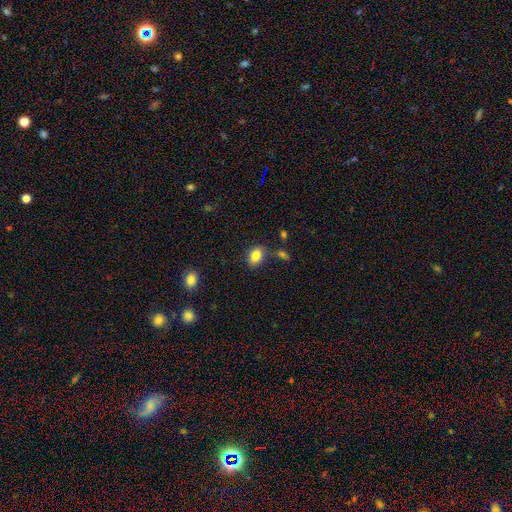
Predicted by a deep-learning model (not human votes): This is clearly a smooth galaxy (83%). How rounded: likely in between (73%). Merging: clearly none (80%).